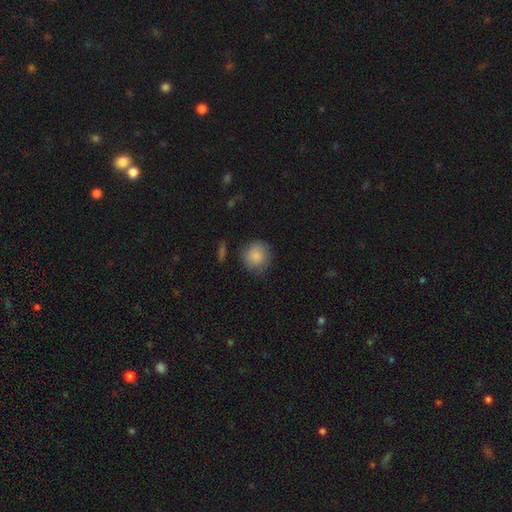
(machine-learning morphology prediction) smooth 87%, star or artifact 7%, featured or disk 7%. Down the decision tree: how rounded — round (88%); merging — none (76%).